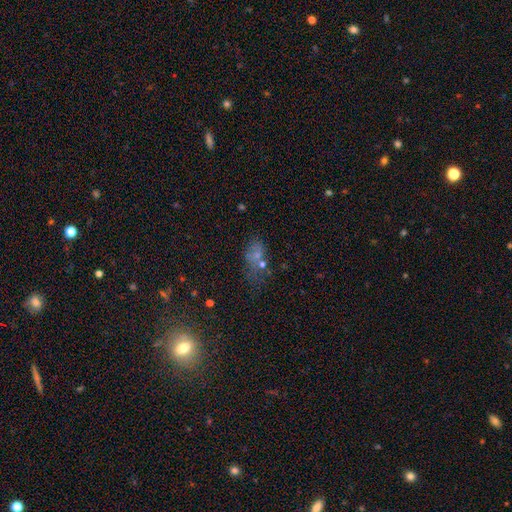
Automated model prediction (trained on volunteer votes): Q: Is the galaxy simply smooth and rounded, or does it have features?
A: smooth — 50%.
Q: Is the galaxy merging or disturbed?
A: none — 36%.